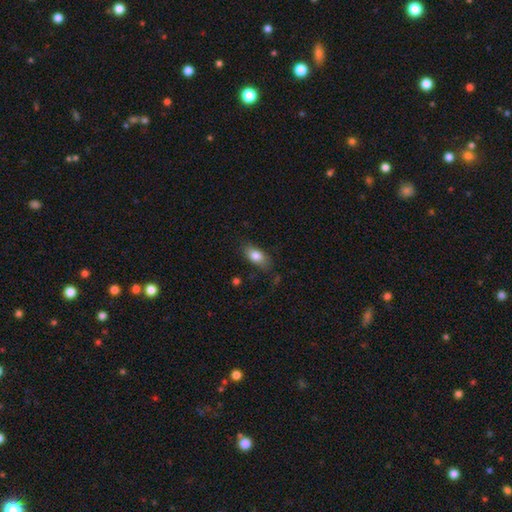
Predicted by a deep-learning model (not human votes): Q: Smooth or featured?
A: smooth (81%); runner-up: featured or disk (11%)
Q: How rounded?
A: in between (87%); runner-up: cigar-shaped (7%)
Q: Merging?
A: none (76%); runner-up: minor disturbance (17%)